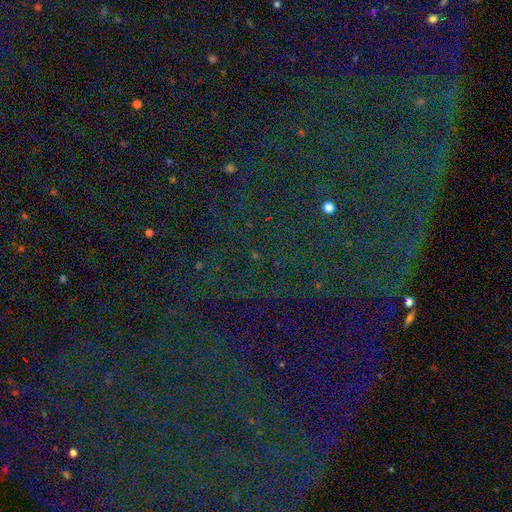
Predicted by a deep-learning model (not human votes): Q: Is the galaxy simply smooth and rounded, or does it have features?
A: star or artifact — 86%.